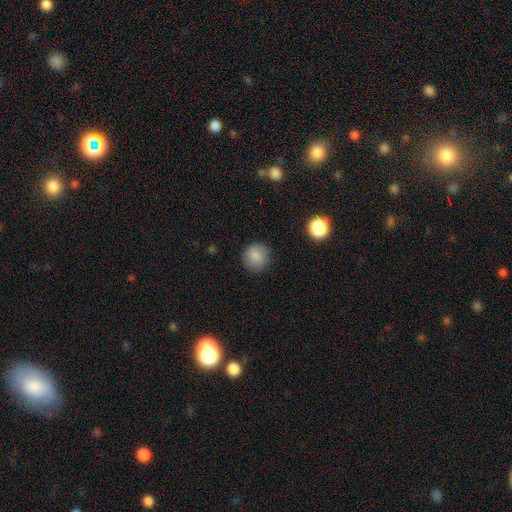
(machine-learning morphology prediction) Smooth or featured? Predicted: smooth (p=0.86). How rounded? Predicted: round (p=0.91). Merging? Predicted: none (p=0.87).